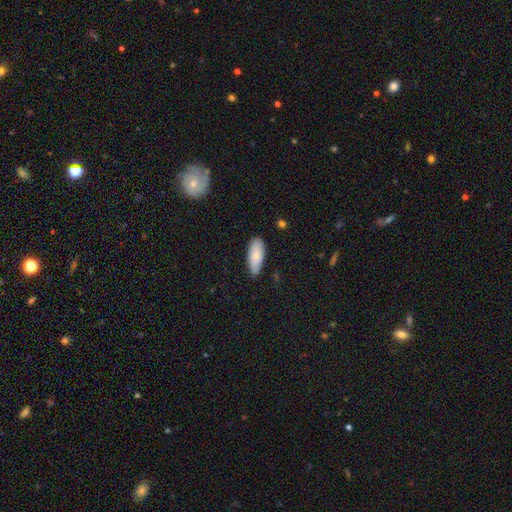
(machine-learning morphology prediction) smooth-or-featured: smooth: 83% | featured or disk: 12% | star or artifact: 6%
  how-rounded: in between: 81% | cigar-shaped: 17% | round: 2%
  merging: none: 72% | minor disturbance: 24% | major disturbance: 3% | merger: 2%